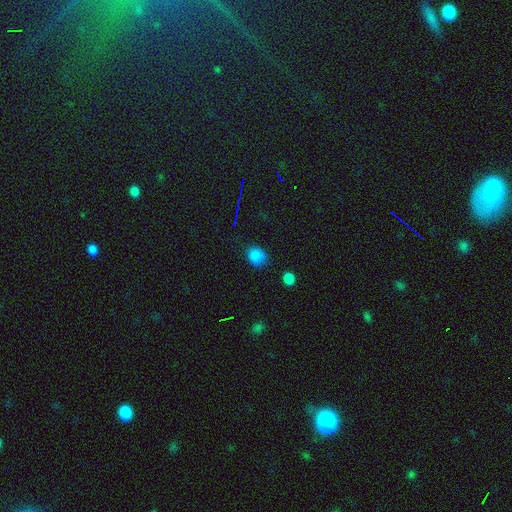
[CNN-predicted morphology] This appears to be a smooth galaxy with no disk features (80%) that is in between round and cigar-shaped (56%). Merging: none (69%).